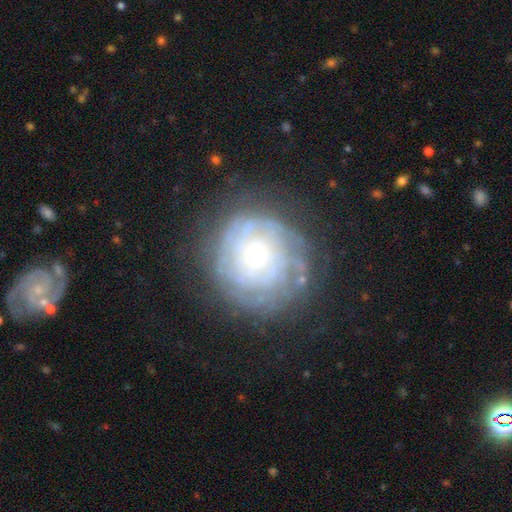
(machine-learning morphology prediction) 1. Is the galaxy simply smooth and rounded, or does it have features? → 73% featured or disk, 19% smooth, 8% star or artifact.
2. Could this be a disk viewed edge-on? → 97% no, 3% yes.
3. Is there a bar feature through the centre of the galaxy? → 84% no, 12% weak, 3% strong.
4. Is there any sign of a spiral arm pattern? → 80% yes, 20% no.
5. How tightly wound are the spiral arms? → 79% tight, 15% medium, 6% loose.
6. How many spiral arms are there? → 56% can't tell, 10% 4, 10% 3, 9% 2, 9% more than 4, 5% 1.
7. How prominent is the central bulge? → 64% small, 30% moderate, 4% large, 2% none, 1% dominant.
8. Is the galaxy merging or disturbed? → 74% none, 16% minor disturbance, 8% major disturbance, 2% merger.